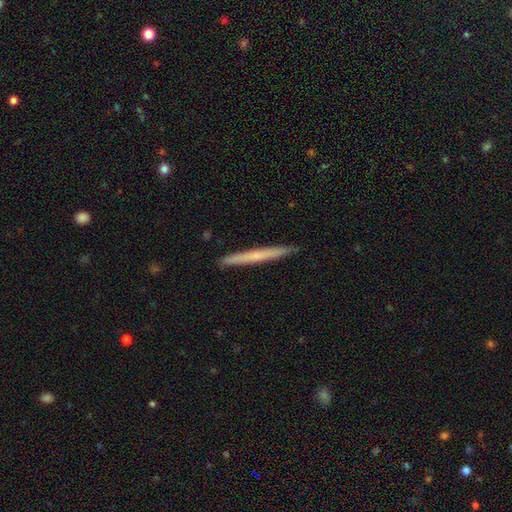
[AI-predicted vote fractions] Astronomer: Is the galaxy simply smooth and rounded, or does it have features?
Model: smooth — 52% (runner-up: featured or disk, 43%).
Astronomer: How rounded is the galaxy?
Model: cigar-shaped — 97%.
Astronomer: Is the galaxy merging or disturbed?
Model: none — 92%.